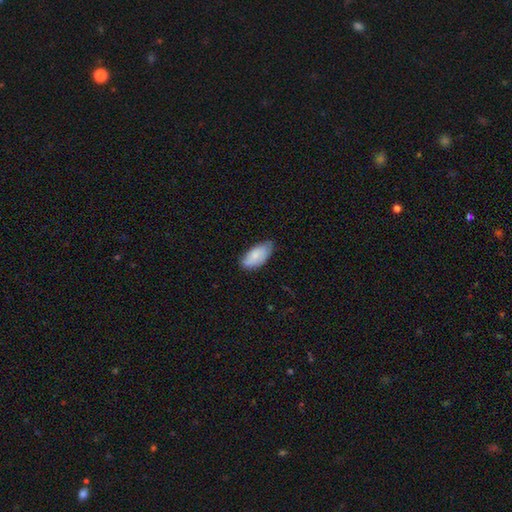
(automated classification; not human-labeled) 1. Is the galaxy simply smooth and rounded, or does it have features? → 72% smooth, 22% featured or disk, 6% star or artifact.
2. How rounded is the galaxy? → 92% in between, 6% cigar-shaped, 2% round.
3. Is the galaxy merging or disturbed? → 62% none, 31% minor disturbance, 5% major disturbance, 2% merger.